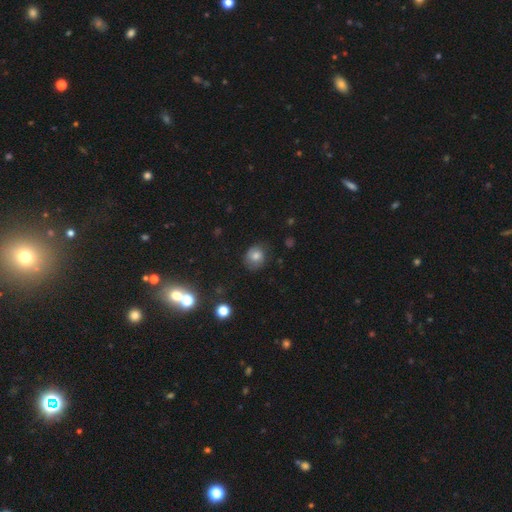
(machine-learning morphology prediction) smooth-or-featured: smooth: 75% | featured or disk: 13% | star or artifact: 12%
  how-rounded: round: 75% | in between: 24% | cigar-shaped: 1%
  merging: none: 72% | minor disturbance: 21% | major disturbance: 6% | merger: 1%